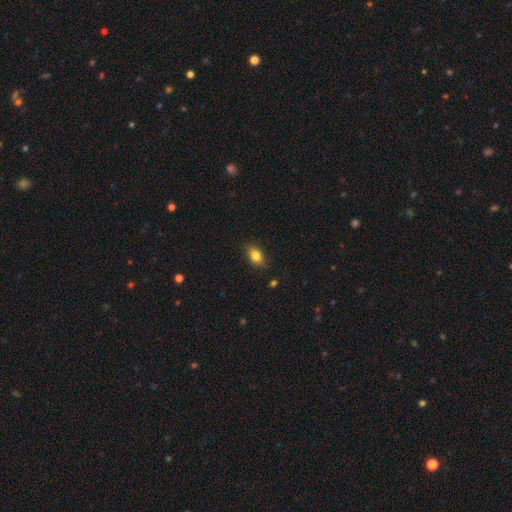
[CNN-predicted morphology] This is likely a smooth galaxy (80%). How rounded: likely in between (80%). Merging: clearly none (84%).